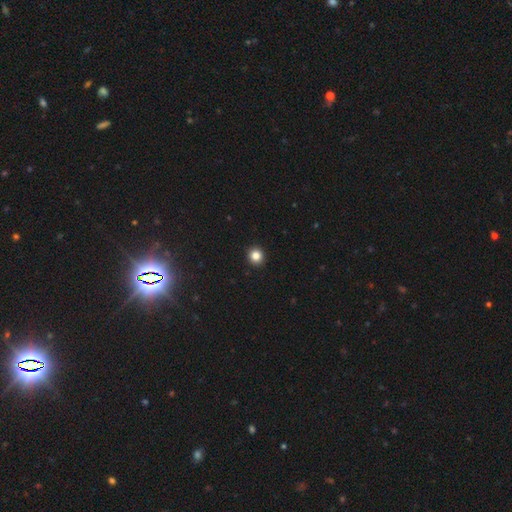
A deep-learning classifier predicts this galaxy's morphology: Smooth or featured: smooth — 84% (star or artifact — 12%)
How rounded: round — 92% (in between — 7%)
Merging: none — 93% (minor disturbance — 4%)